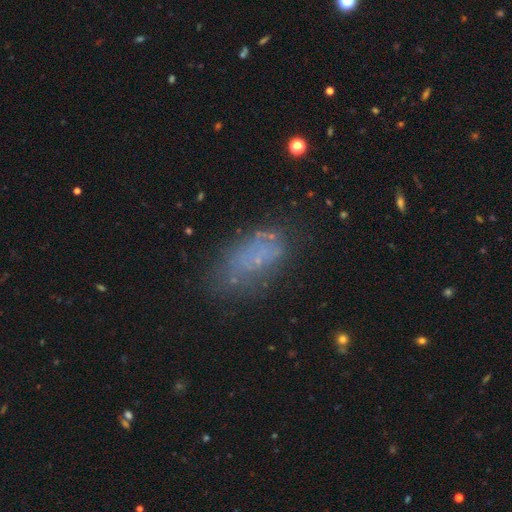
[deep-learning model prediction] Smooth or featured?
  - smooth: 48% *
  - featured or disk: 33%
  - star or artifact: 19%
Merging?
  - none: 57% *
  - minor disturbance: 22%
  - major disturbance: 16%
  - merger: 5%